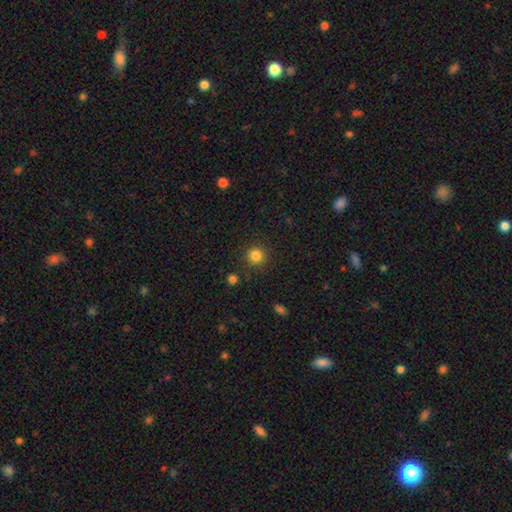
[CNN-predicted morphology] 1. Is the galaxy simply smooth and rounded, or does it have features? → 83% smooth, 12% star or artifact, 4% featured or disk.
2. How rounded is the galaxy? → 94% round, 5% in between, 1% cigar-shaped.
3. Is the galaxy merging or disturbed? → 89% none, 6% minor disturbance, 2% major disturbance, 2% merger.